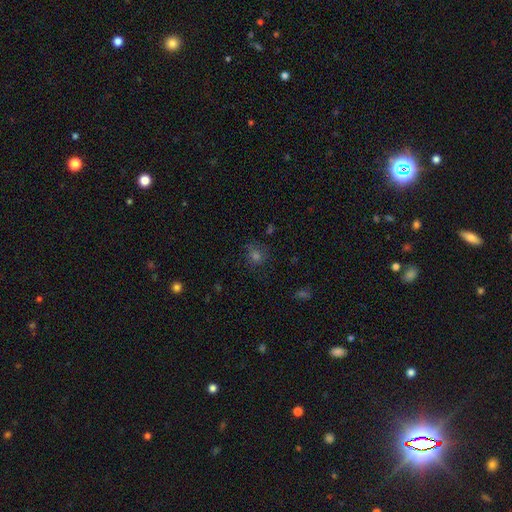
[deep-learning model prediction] smooth 53%, star or artifact 34%, featured or disk 13%. Down the decision tree: how rounded — round (80%); merging — none (76%).